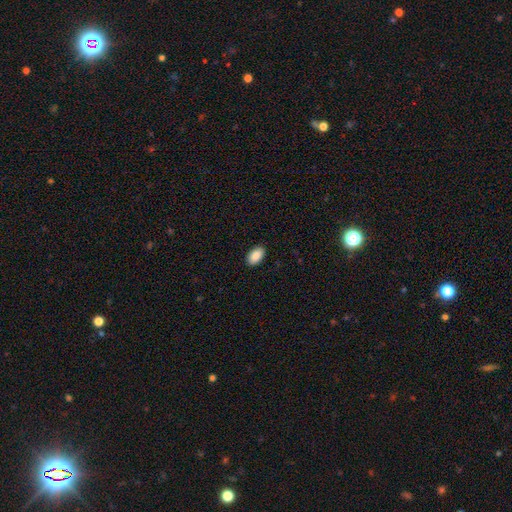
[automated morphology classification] Smooth or featured? smooth (89%)
How rounded? in between (93%)
Merging? none (90%)